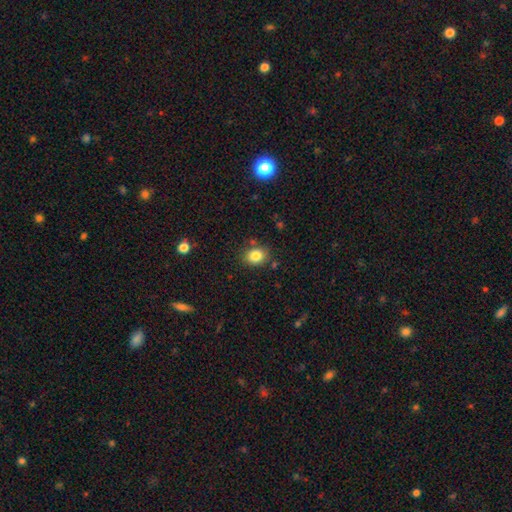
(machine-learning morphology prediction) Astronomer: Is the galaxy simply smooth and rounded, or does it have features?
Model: smooth — 83%.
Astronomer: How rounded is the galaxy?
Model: round — 58% (runner-up: in between, 41%).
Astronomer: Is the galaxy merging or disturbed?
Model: none — 82%.